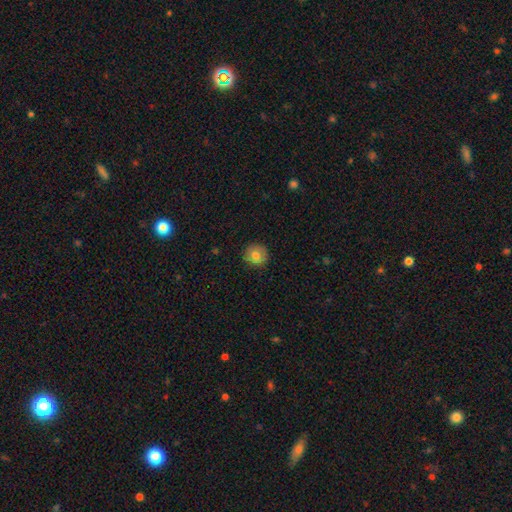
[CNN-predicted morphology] Overall: smooth (79%). How rounded: round (93%). Merging: none (90%).